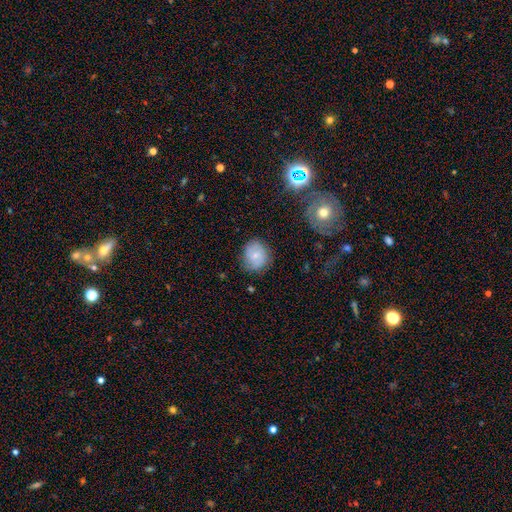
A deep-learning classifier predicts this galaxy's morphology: smooth 66%, featured or disk 26%, star or artifact 9%. Down the decision tree: how rounded — round (72%); merging — none (75%).